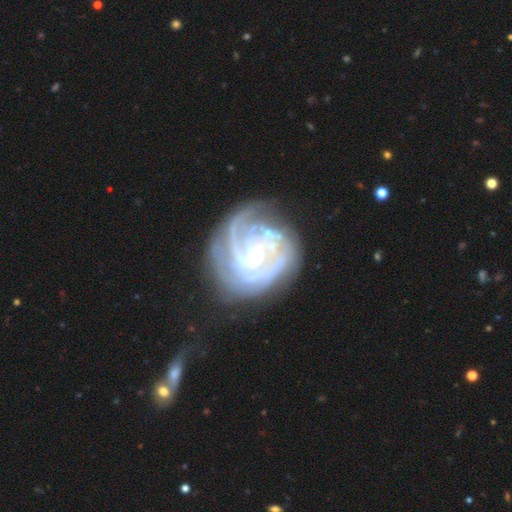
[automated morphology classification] Q: Smooth or featured?
A: featured or disk (85%); runner-up: smooth (8%)
Q: Edge-on disk?
A: no (98%); runner-up: yes (2%)
Q: Bar?
A: no (70%); runner-up: weak (23%)
Q: Spiral arms?
A: yes (94%); runner-up: no (6%)
Q: Spiral winding?
A: tight (70%); runner-up: medium (24%)
Q: Spiral arm count?
A: can't tell (31%); runner-up: 3 (22%)
Q: Bulge size?
A: small (76%); runner-up: moderate (17%)
Q: Merging?
A: none (55%); runner-up: minor disturbance (22%)